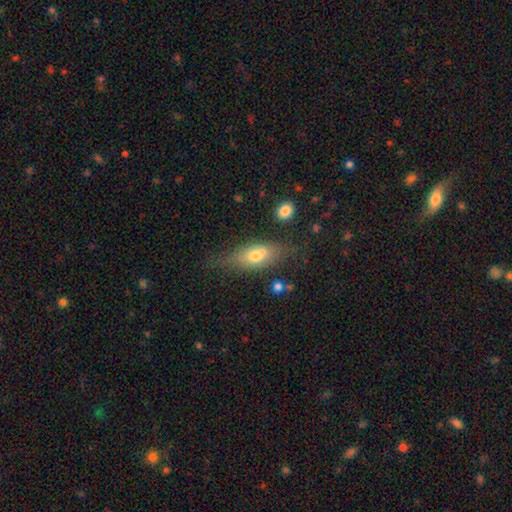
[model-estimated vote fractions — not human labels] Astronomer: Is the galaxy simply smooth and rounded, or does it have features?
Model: smooth — 60%.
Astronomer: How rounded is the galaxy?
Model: in between — 72%.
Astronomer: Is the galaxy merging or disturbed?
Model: none — 50%.